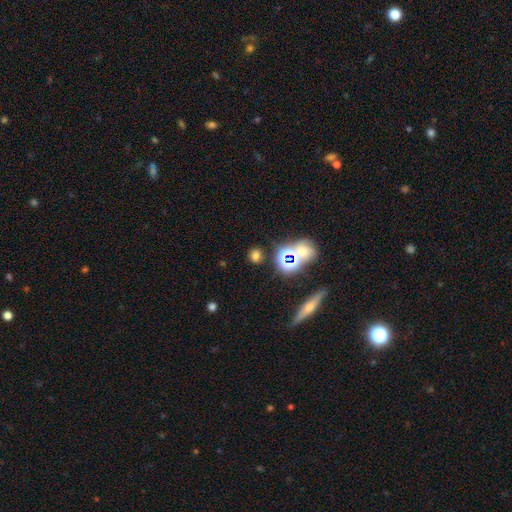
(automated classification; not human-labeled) Smooth or featured? Predicted: smooth (p=0.64). How rounded? Predicted: round (p=0.68). Merging? Predicted: none (p=0.82).